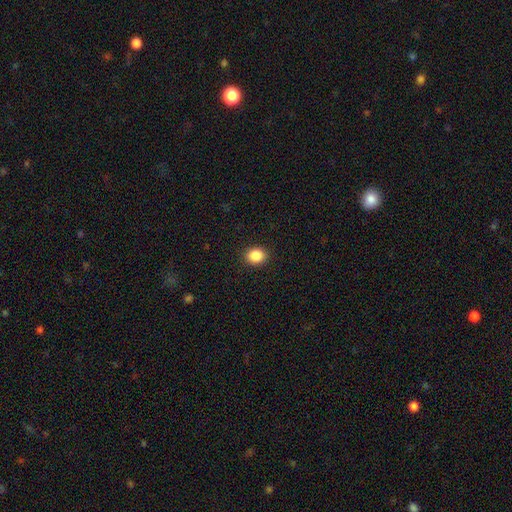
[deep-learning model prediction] smooth-or-featured: smooth: 87% | star or artifact: 9% | featured or disk: 4%
  how-rounded: round: 61% | in between: 38% | cigar-shaped: 1%
  merging: none: 91% | minor disturbance: 6% | major disturbance: 2% | merger: 1%